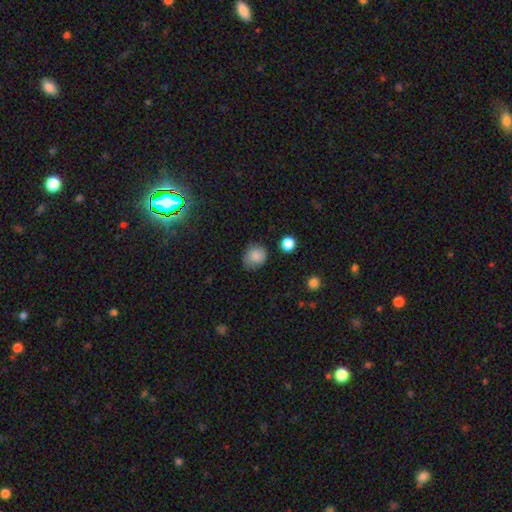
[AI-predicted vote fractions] smooth_or_featured: smooth (p=0.83) [alt: star or artifact p=0.10]
how_rounded: round (p=0.75) [alt: in between p=0.24]
merging: none (p=0.66) [alt: minor disturbance p=0.26]